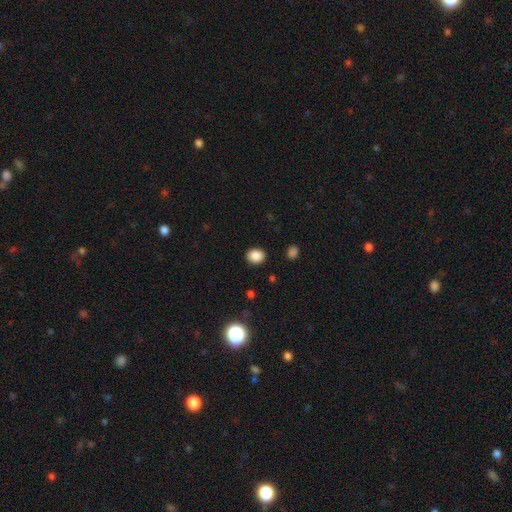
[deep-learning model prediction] smooth-or-featured: smooth: 86% | star or artifact: 10% | featured or disk: 4%
  how-rounded: round: 57% | in between: 42% | cigar-shaped: 1%
  merging: none: 88% | minor disturbance: 8% | major disturbance: 2% | merger: 1%